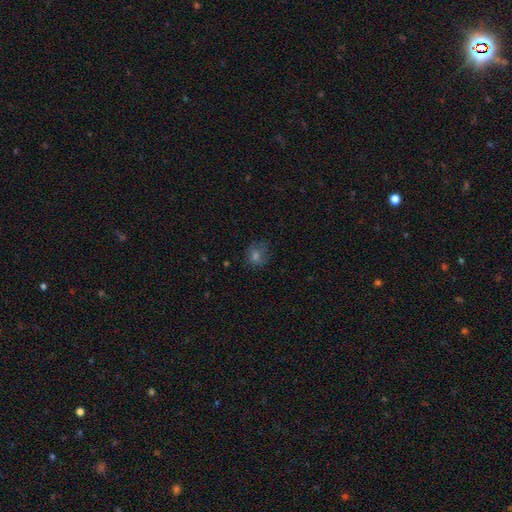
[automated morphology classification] This is possibly a smooth galaxy (58%). How rounded: likely round (79%). Merging: likely none (71%).